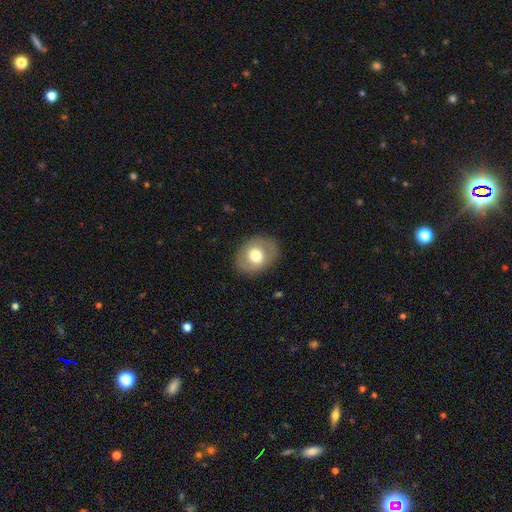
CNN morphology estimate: Smooth or featured?
  - smooth: 65% *
  - featured or disk: 28%
  - star or artifact: 7%
How rounded?
  - in between: 61% *
  - round: 38%
  - cigar-shaped: 1%
Merging?
  - none: 83% *
  - minor disturbance: 11%
  - major disturbance: 4%
  - merger: 1%